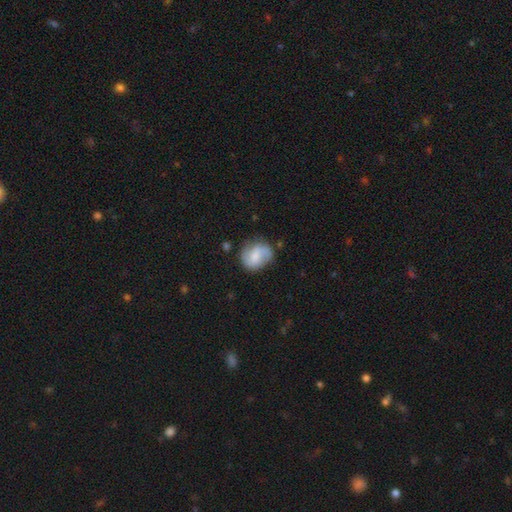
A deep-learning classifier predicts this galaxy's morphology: smooth_or_featured: featured or disk (p=0.49) [alt: smooth p=0.43]
merging: none (p=0.68) [alt: minor disturbance p=0.22]